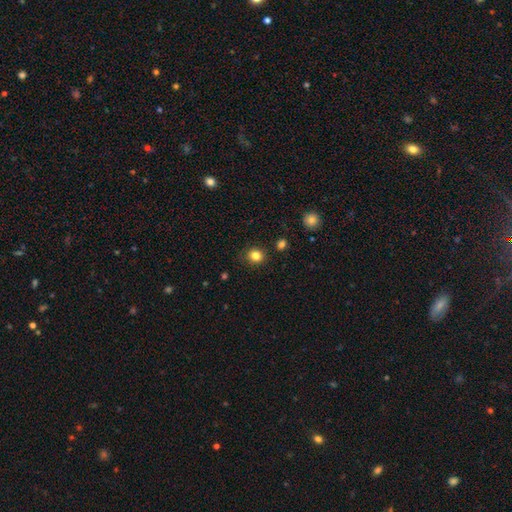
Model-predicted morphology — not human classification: Smooth or featured: smooth — 83% (star or artifact — 12%)
How rounded: round — 77% (in between — 22%)
Merging: none — 86% (minor disturbance — 9%)